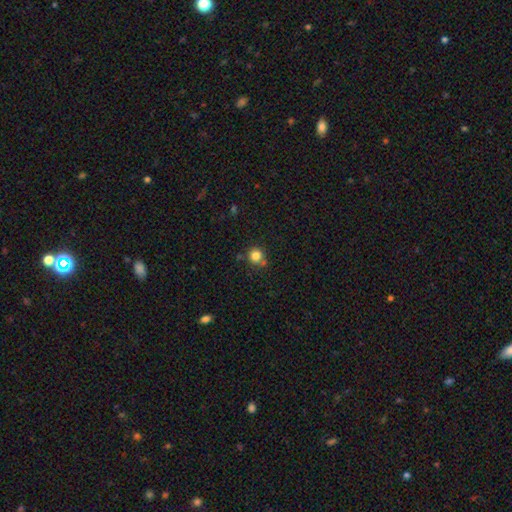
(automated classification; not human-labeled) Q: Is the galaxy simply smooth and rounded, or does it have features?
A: smooth — 82%.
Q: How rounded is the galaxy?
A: round — 91%.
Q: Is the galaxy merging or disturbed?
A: none — 74%.